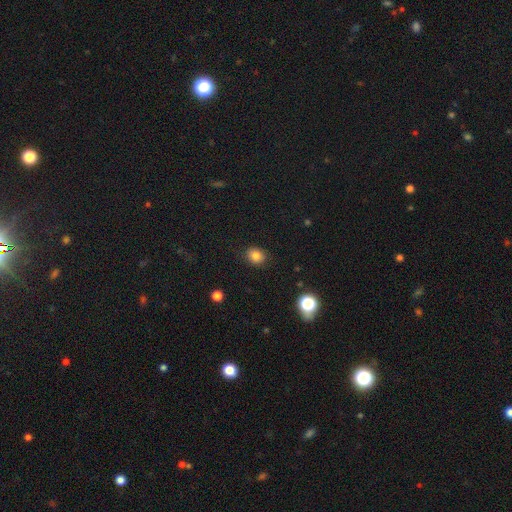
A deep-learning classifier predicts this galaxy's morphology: smooth-or-featured: smooth: 82% | star or artifact: 12% | featured or disk: 6%
  how-rounded: round: 64% | in between: 35% | cigar-shaped: 1%
  merging: none: 86% | minor disturbance: 11% | major disturbance: 3% | merger: 1%